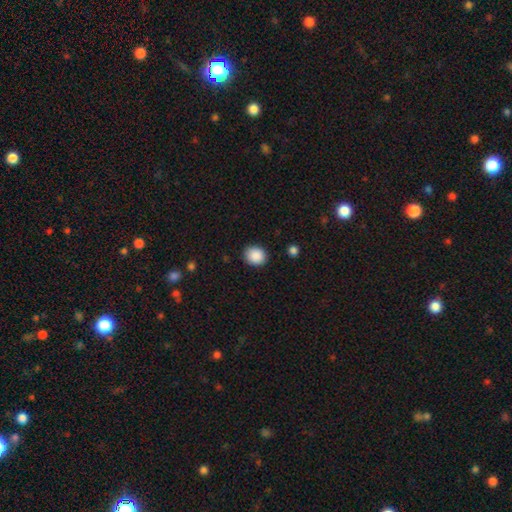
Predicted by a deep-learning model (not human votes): smooth 89%, star or artifact 8%, featured or disk 3%. Down the decision tree: how rounded — round (72%); merging — none (88%).